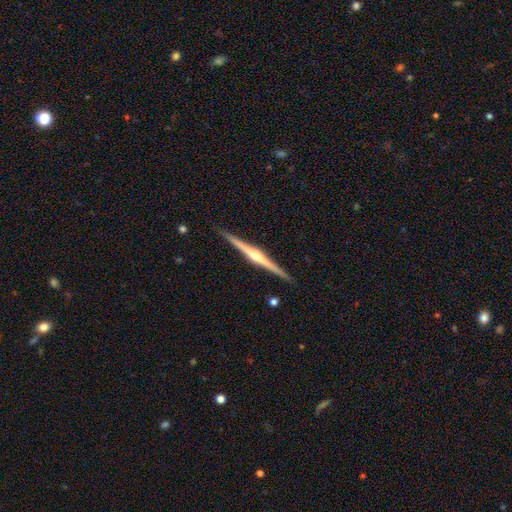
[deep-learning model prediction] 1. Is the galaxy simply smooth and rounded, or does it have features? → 84% featured or disk, 11% smooth, 5% star or artifact.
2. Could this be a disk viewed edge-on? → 99% yes, 1% no.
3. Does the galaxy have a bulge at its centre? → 89% rounded, 7% none, 5% boxy.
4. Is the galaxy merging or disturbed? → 91% none, 6% minor disturbance, 1% major disturbance, 1% merger.